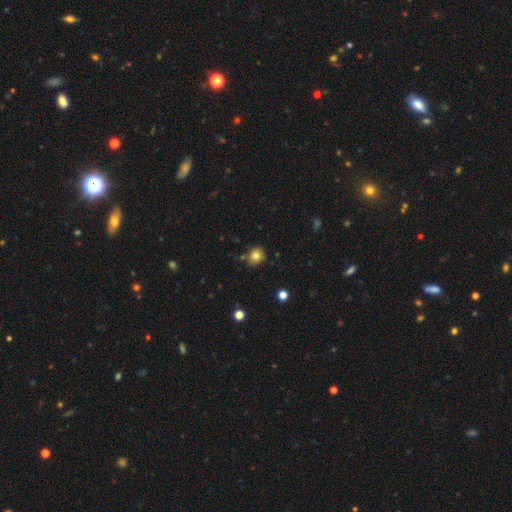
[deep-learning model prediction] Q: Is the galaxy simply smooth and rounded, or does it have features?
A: smooth — 80%.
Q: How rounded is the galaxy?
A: round — 81%.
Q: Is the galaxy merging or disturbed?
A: none — 80%.